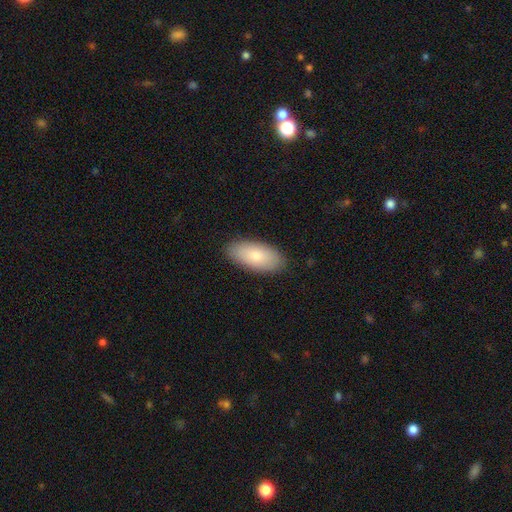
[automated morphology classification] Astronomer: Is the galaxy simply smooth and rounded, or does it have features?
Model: smooth — 79%.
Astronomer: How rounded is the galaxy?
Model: in between — 92%.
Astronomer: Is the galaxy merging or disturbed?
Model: none — 88%.